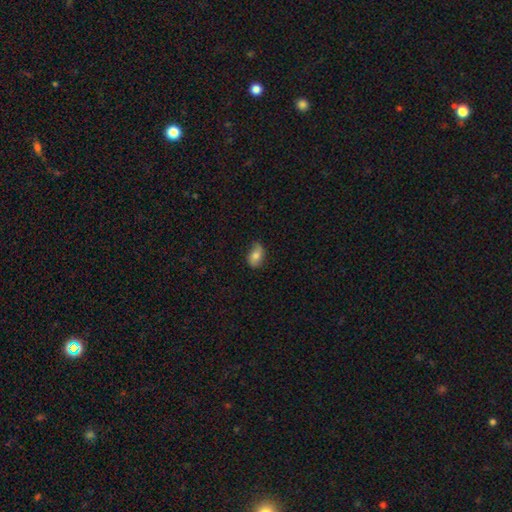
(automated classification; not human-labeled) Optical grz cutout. It shows a smooth galaxy with no disk features (72%) that is in between round and cigar-shaped (87%). Merging: none (63%).